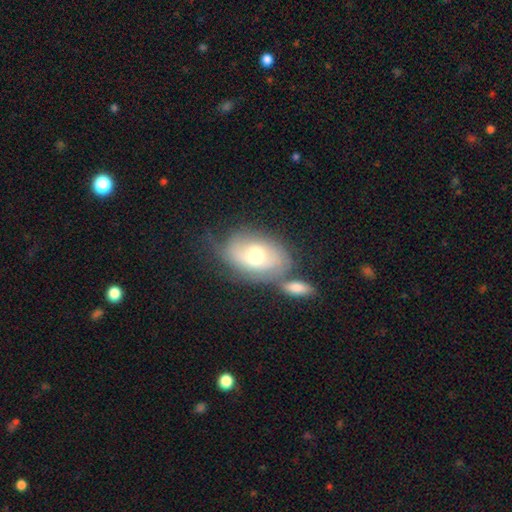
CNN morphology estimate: smooth 49%, featured or disk 44%, star or artifact 8%. Down the decision tree: merging — none (41%).